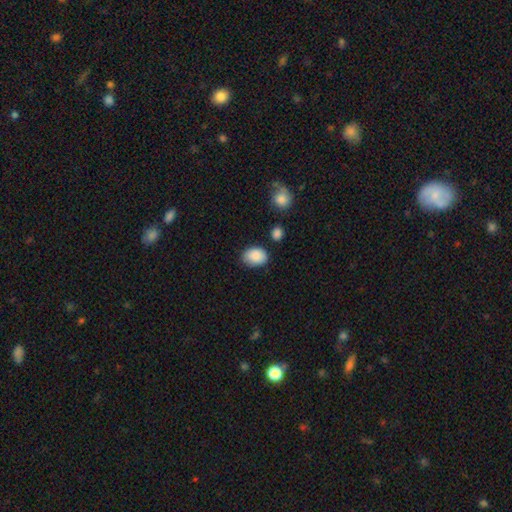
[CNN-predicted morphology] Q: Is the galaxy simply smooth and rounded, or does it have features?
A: smooth — 88%.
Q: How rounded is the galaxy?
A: in between — 73%.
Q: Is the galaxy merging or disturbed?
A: none — 75%.